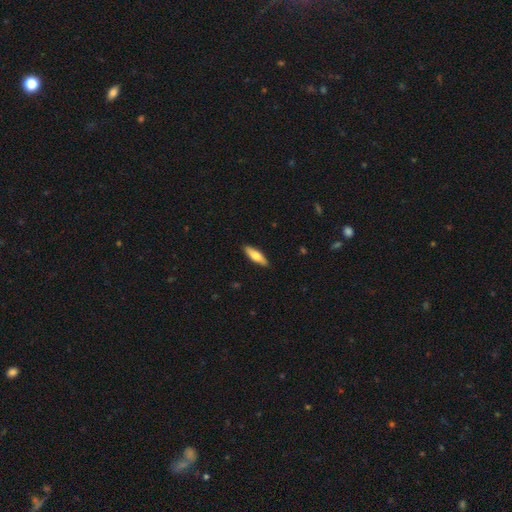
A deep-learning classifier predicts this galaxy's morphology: Overall: smooth (67%; featured or disk 27%). How rounded: cigar-shaped (52%; in between 46%). Merging: none (89%).